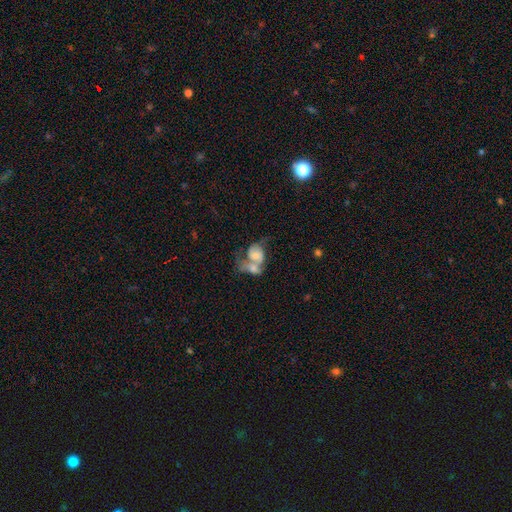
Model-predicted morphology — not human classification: type=featured or disk (48%); merging=merger (66%).